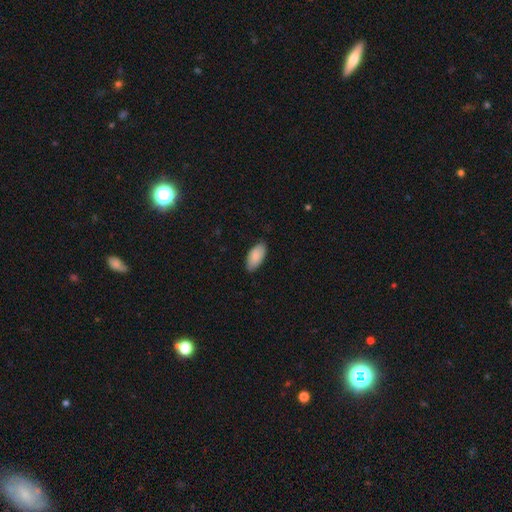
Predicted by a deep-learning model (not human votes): smooth-or-featured: smooth: 89% | star or artifact: 6% | featured or disk: 5%
  how-rounded: in between: 94% | cigar-shaped: 4% | round: 2%
  merging: none: 82% | minor disturbance: 15% | major disturbance: 2% | merger: 1%